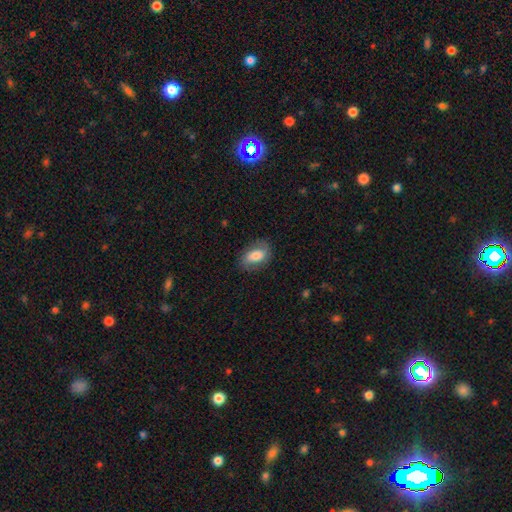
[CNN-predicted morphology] Smooth or featured: smooth — 63% (featured or disk — 29%)
How rounded: in between — 87% (round — 11%)
Merging: none — 77% (minor disturbance — 16%)